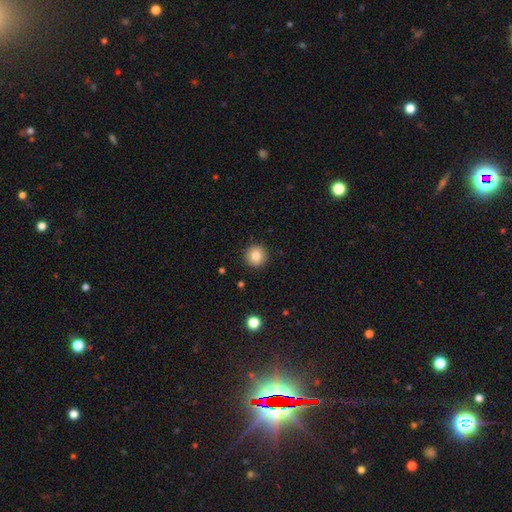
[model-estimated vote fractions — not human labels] Morphology: type=smooth (83%); roundness=round (95%); merging=none (92%).